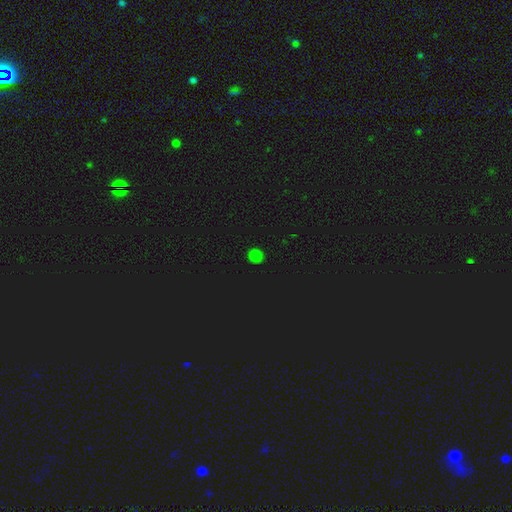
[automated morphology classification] A smooth galaxy with no disk features (76%) that is round (88%).

Vote fractions:
- Smooth or featured? smooth: 76% / star or artifact: 21% / featured or disk: 3%
- How rounded? round: 88% / in between: 11% / cigar-shaped: 1%
- Merging? none: 91% / minor disturbance: 6% / major disturbance: 2% / merger: 1%